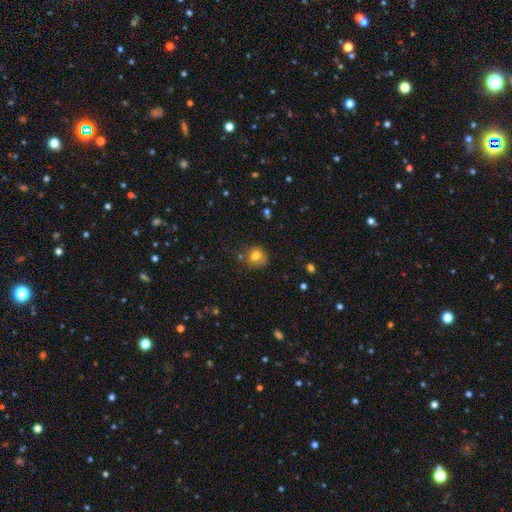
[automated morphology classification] A smooth galaxy with no disk features (73%) that is round (69%).

Vote fractions:
- Smooth or featured? smooth: 73% / featured or disk: 15% / star or artifact: 12%
- How rounded? round: 69% / in between: 30% / cigar-shaped: 1%
- Merging? none: 54% / minor disturbance: 26% / major disturbance: 12% / merger: 9%